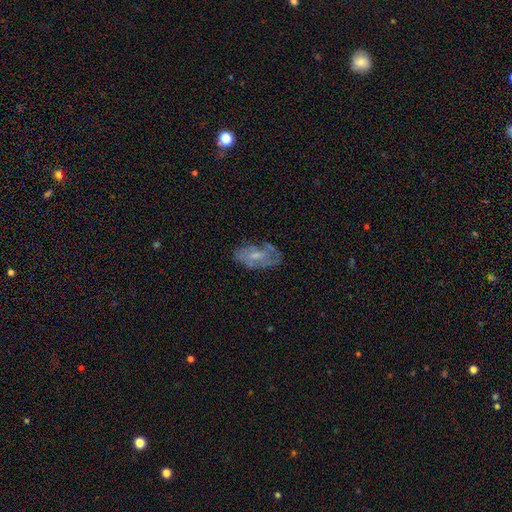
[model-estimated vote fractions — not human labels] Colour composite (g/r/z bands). It shows a featured or disk galaxy (57%) with no bar (60%), spiral arms (60%) and a small central bulge (51%). Merging: none (61%).